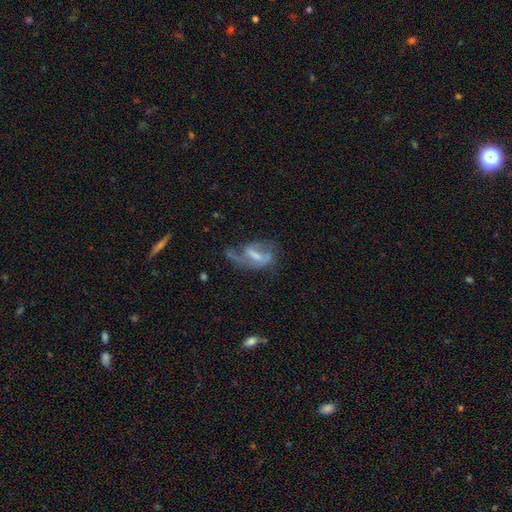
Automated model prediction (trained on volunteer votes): smooth_or_featured: featured or disk (p=0.71) [alt: smooth p=0.21]
disk_edge_on: no (p=0.95) [alt: yes p=0.05]
bar: weak (p=0.46) [alt: strong p=0.33]
has_spiral_arms: yes (p=0.78) [alt: no p=0.22]
spiral_winding: loose (p=0.44) [alt: medium p=0.40]
spiral_arm_count: 2 (p=0.56) [alt: 1 p=0.24]
bulge_size: small (p=0.36) [alt: moderate p=0.33]
merging: none (p=0.37) [alt: major disturbance p=0.34]